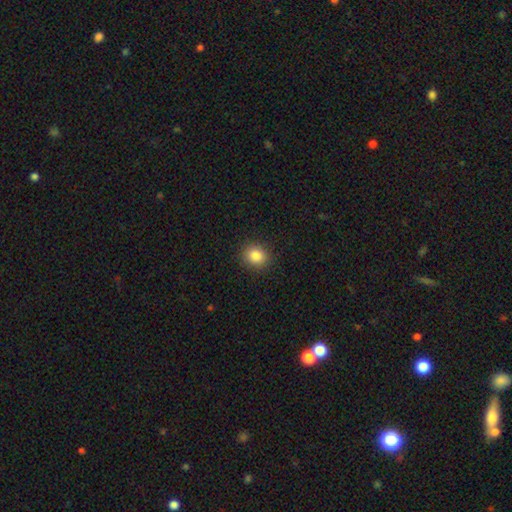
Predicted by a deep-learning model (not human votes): smooth-or-featured: smooth: 86% | star or artifact: 10% | featured or disk: 4%
  how-rounded: round: 69% | in between: 30% | cigar-shaped: 1%
  merging: none: 90% | minor disturbance: 7% | major disturbance: 2% | merger: 1%